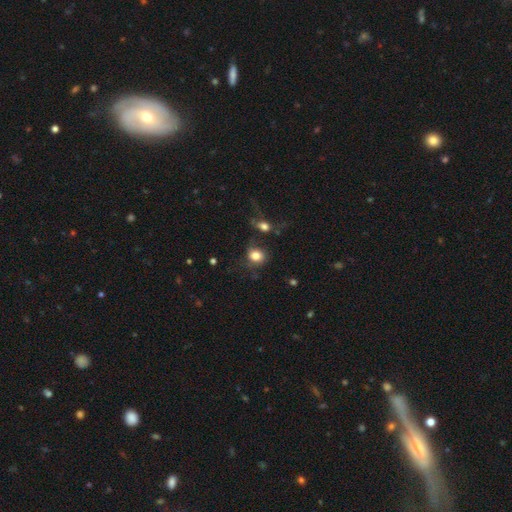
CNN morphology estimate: The model was most divided on "how rounded": round: 69%, in between: 30%, cigar-shaped: 1%. More confident: smooth or featured — smooth (80%); merging — none (60%).